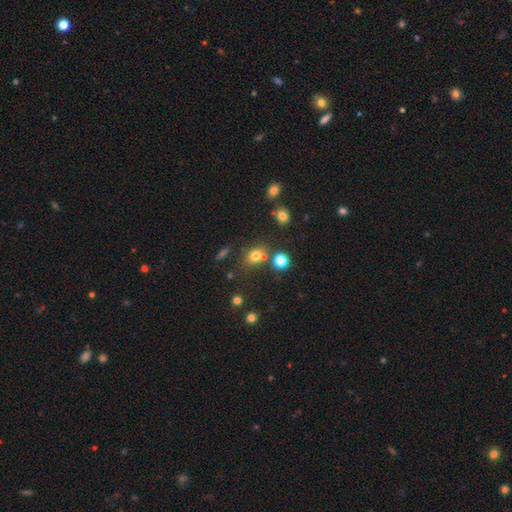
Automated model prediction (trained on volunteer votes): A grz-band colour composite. It shows a smooth galaxy with no disk features (72%) that is round (52%). Merging: none (60%).